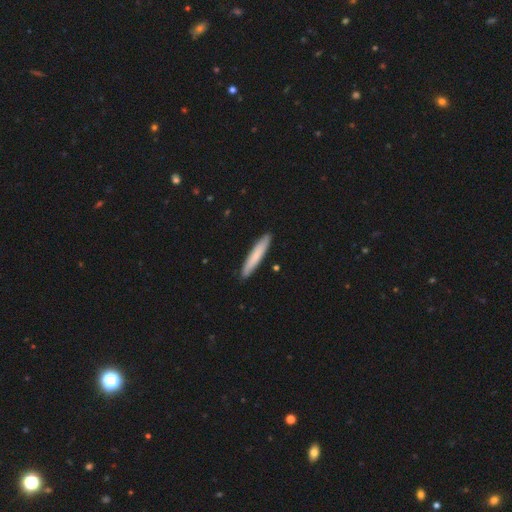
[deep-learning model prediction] This is likely a smooth galaxy (75%). How rounded: clearly cigar-shaped (93%). Merging: clearly none (90%).